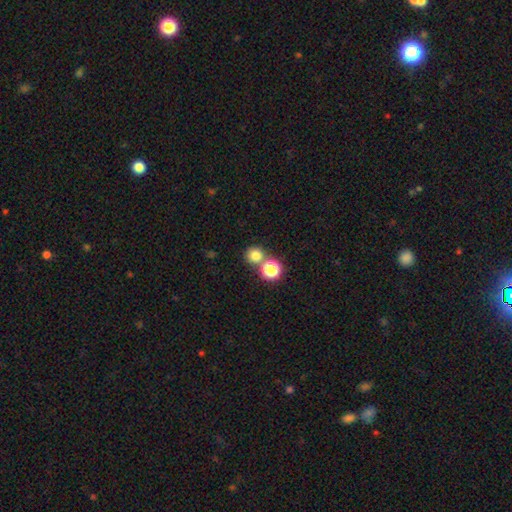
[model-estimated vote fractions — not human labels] The model was most divided on "merging": none: 66%, merger: 25%, minor disturbance: 6%, major disturbance: 3%. More confident: how rounded — round (91%); smooth or featured — smooth (77%).